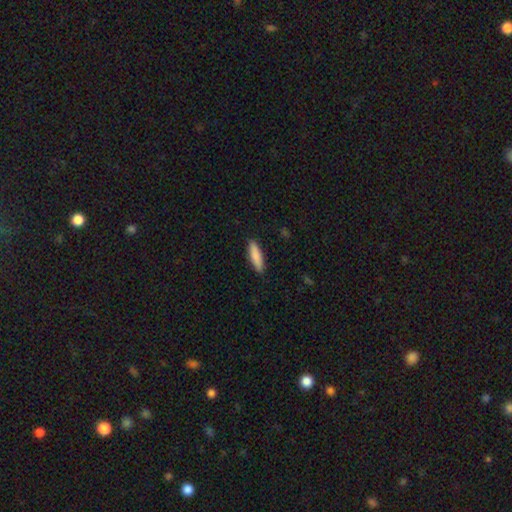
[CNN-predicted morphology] Smooth or featured?
  - smooth: 86% *
  - featured or disk: 9%
  - star or artifact: 5%
How rounded?
  - cigar-shaped: 68% *
  - in between: 30%
  - round: 2%
Merging?
  - none: 89% *
  - minor disturbance: 8%
  - major disturbance: 2%
  - merger: 1%